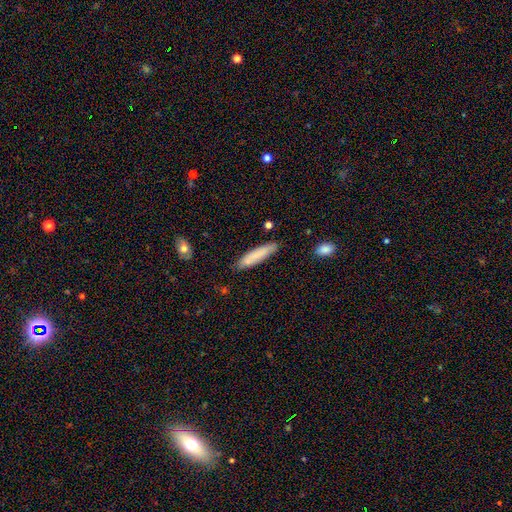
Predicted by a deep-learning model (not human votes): The model was most divided on "how rounded": cigar-shaped: 82%, in between: 17%, round: 1%. More confident: merging — none (82%); smooth or featured — smooth (80%).